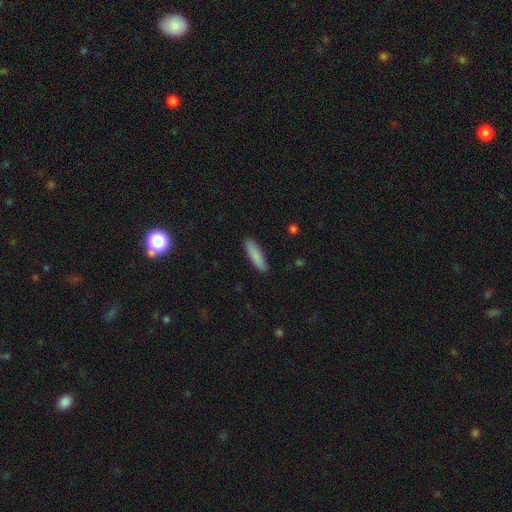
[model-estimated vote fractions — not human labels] smooth 87%, featured or disk 8%, star or artifact 6%. Down the decision tree: how rounded — cigar-shaped (73%); merging — none (89%).